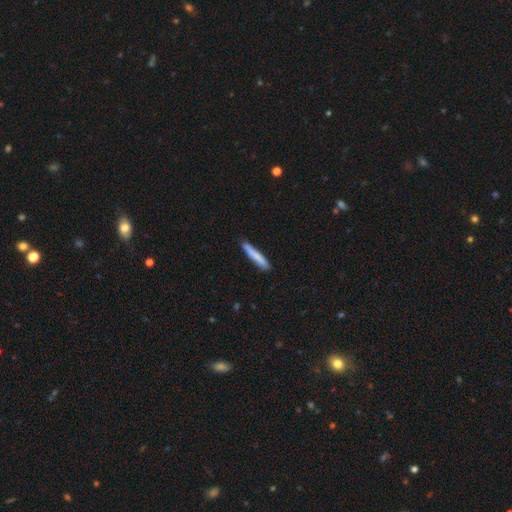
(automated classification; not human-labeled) smooth 80%, featured or disk 15%, star or artifact 6%. Down the decision tree: how rounded — cigar-shaped (94%); merging — none (85%).